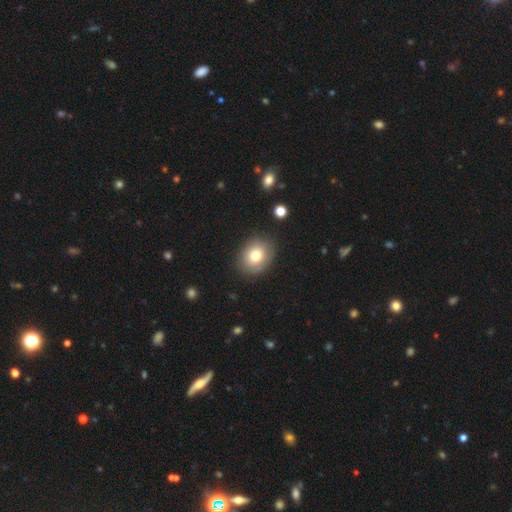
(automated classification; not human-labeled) Smooth or featured?
  - smooth: 75% *
  - featured or disk: 15%
  - star or artifact: 10%
How rounded?
  - round: 56% *
  - in between: 43%
  - cigar-shaped: 1%
Merging?
  - none: 83% *
  - minor disturbance: 12%
  - major disturbance: 3%
  - merger: 2%